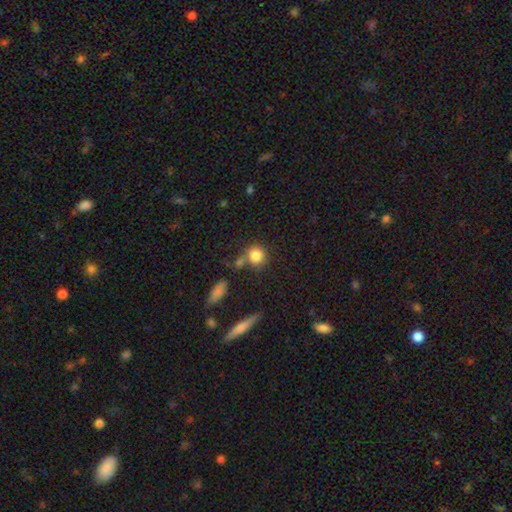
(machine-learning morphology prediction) This is clearly a smooth galaxy (83%). How rounded: clearly round (85%). Merging: likely none (66%).